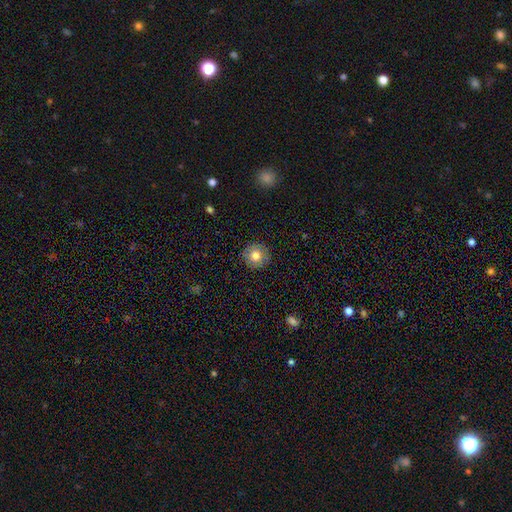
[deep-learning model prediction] The model was most divided on "smooth or featured": smooth: 79%, featured or disk: 12%, star or artifact: 9%. More confident: how rounded — round (95%); merging — none (91%).